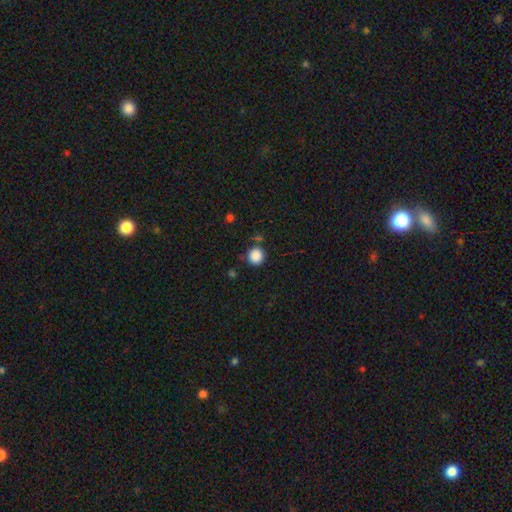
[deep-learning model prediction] Smooth or featured? Predicted: smooth (p=0.87). How rounded? Predicted: round (p=0.93). Merging? Predicted: none (p=0.84).